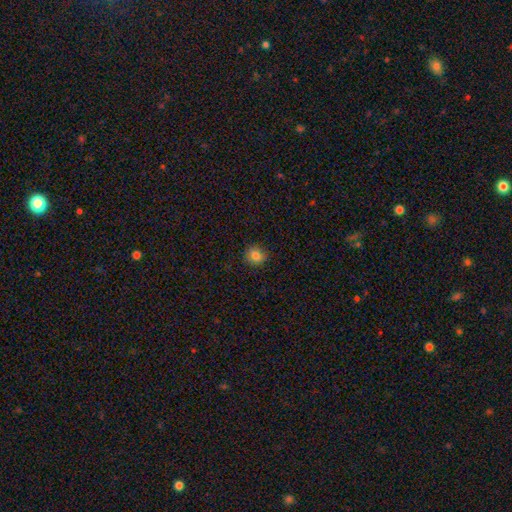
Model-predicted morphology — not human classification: Smooth or featured?
  - smooth: 83% *
  - star or artifact: 11%
  - featured or disk: 6%
How rounded?
  - round: 83% *
  - in between: 16%
  - cigar-shaped: 1%
Merging?
  - none: 89% *
  - minor disturbance: 8%
  - major disturbance: 2%
  - merger: 1%